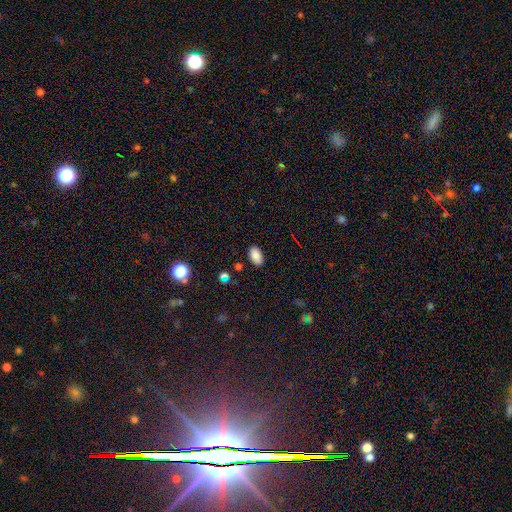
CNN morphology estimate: Smooth or featured: smooth — 85% (star or artifact — 10%)
How rounded: in between — 93% (round — 5%)
Merging: none — 85% (minor disturbance — 11%)